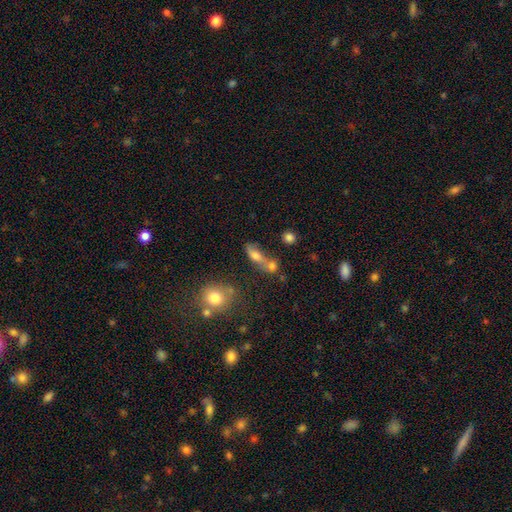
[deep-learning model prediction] This appears to be a smooth galaxy with no disk features (62%) that is in between round and cigar-shaped (60%). Merging: merger (41%).